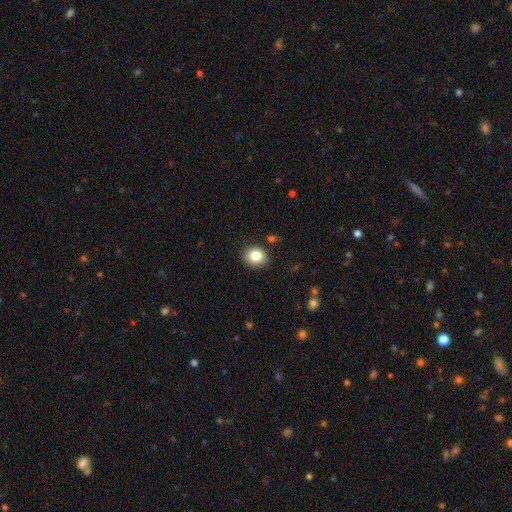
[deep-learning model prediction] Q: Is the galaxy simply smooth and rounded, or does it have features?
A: smooth — 83%.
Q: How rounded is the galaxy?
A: round — 76%.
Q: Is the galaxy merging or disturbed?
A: none — 89%.